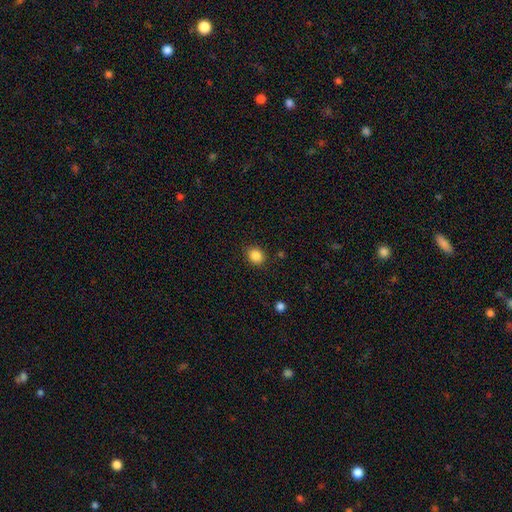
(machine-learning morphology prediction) Q: Smooth or featured?
A: smooth (86%); runner-up: star or artifact (10%)
Q: How rounded?
A: round (70%); runner-up: in between (29%)
Q: Merging?
A: none (88%); runner-up: minor disturbance (8%)